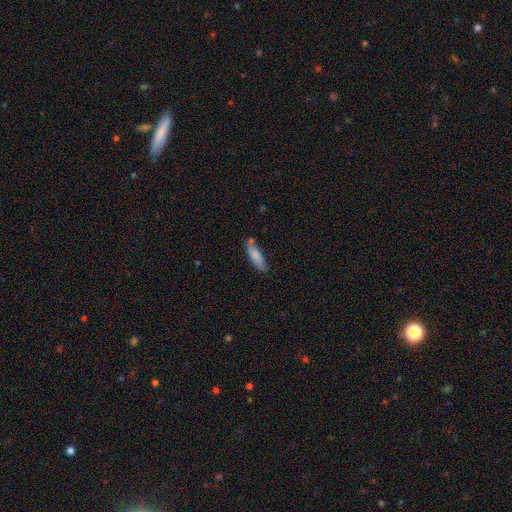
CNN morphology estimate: Q: Smooth or featured?
A: smooth (79%); runner-up: featured or disk (15%)
Q: How rounded?
A: cigar-shaped (54%); runner-up: in between (44%)
Q: Merging?
A: none (64%); runner-up: minor disturbance (22%)